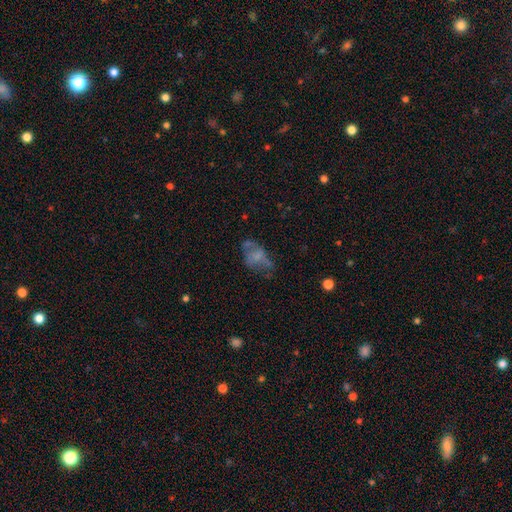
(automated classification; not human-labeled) Smooth or featured? featured or disk (46%)
Merging? none (42%)